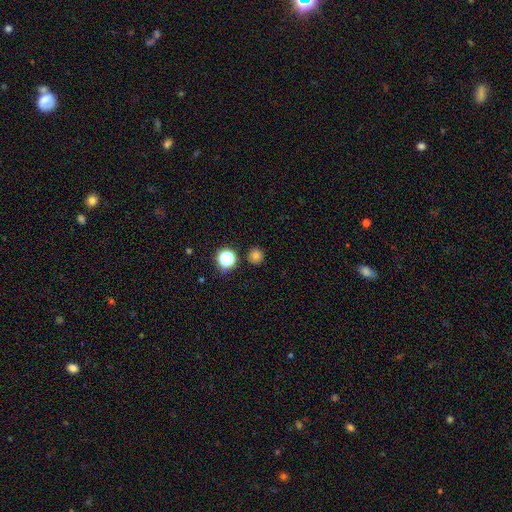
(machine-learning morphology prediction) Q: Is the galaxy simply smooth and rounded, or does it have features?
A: smooth — 73%.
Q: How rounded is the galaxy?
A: round — 94%.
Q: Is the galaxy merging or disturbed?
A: none — 89%.